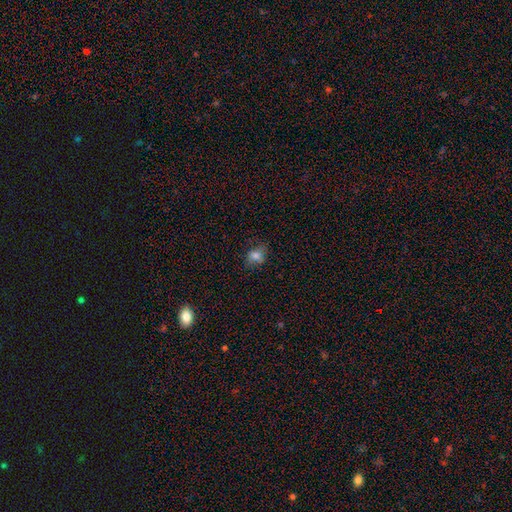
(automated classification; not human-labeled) smooth_or_featured: smooth (p=0.75) [alt: star or artifact p=0.13]
how_rounded: in between (p=0.53) [alt: round p=0.45]
merging: none (p=0.71) [alt: minor disturbance p=0.21]